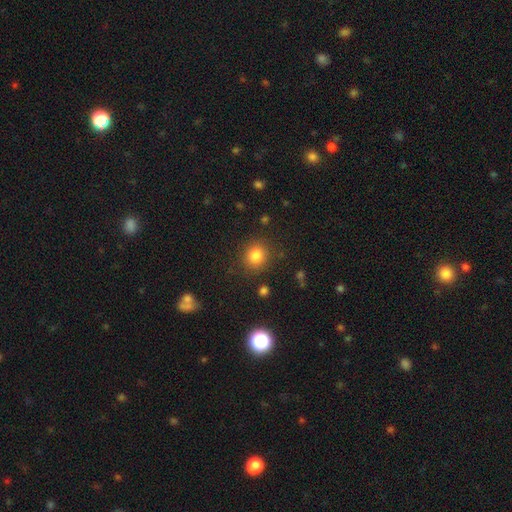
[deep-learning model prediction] smooth 82%, star or artifact 12%, featured or disk 6%. Down the decision tree: how rounded — round (86%); merging — none (86%).